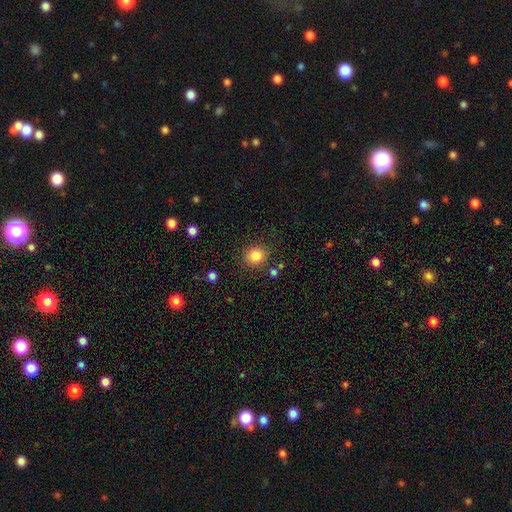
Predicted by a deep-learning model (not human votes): Q: Smooth or featured?
A: smooth (84%); runner-up: star or artifact (11%)
Q: How rounded?
A: round (77%); runner-up: in between (23%)
Q: Merging?
A: none (83%); runner-up: minor disturbance (10%)